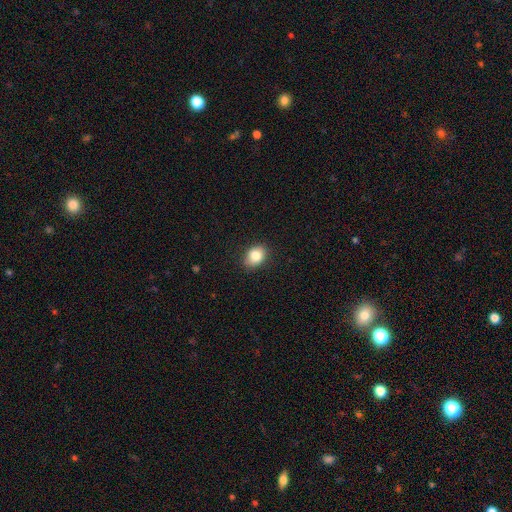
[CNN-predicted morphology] Smooth or featured? Predicted: smooth (p=0.83). How rounded? Predicted: in between (p=0.61). Merging? Predicted: none (p=0.83).